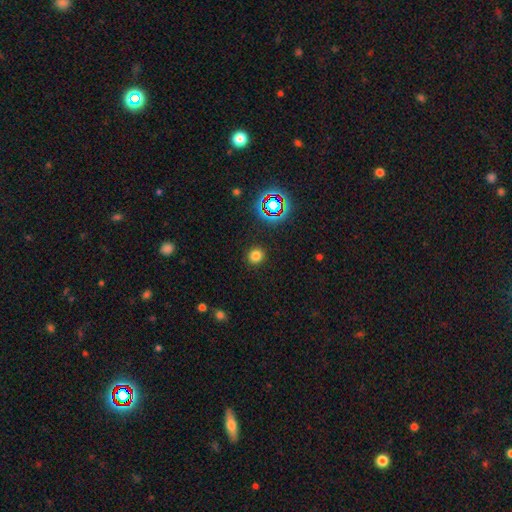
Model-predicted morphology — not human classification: Smooth or featured: smooth — 76% (star or artifact — 18%)
How rounded: round — 86% (in between — 13%)
Merging: none — 91% (minor disturbance — 6%)